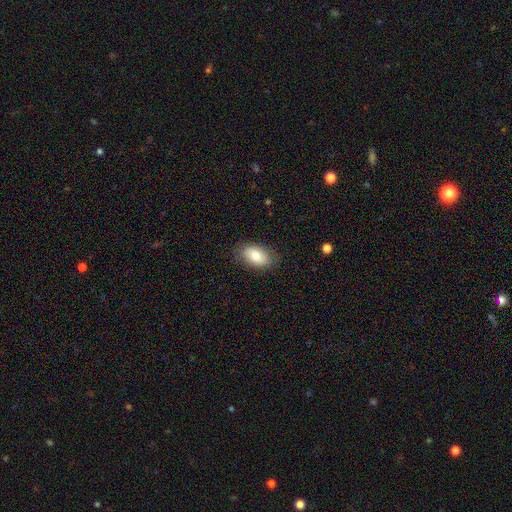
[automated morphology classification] type=smooth (79%); roundness=in between (92%); merging=none (84%).